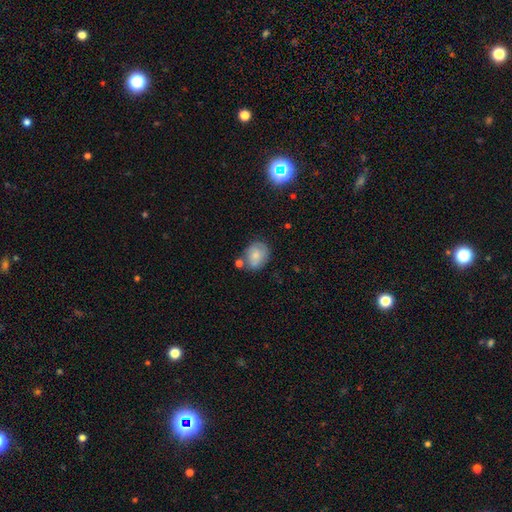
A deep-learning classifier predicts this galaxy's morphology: Smooth or featured: smooth — 74% (featured or disk — 18%)
How rounded: in between — 55% (round — 44%)
Merging: none — 61% (minor disturbance — 21%)